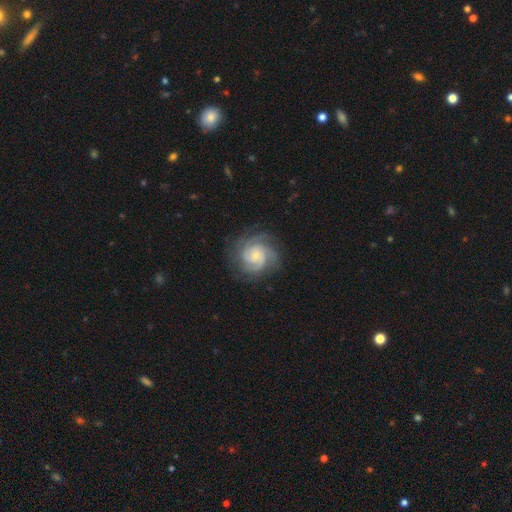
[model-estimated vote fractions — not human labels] smooth_or_featured: featured or disk (p=0.86) [alt: smooth p=0.09]
disk_edge_on: no (p=0.98) [alt: yes p=0.02]
bar: no (p=0.72) [alt: weak p=0.24]
has_spiral_arms: yes (p=0.98) [alt: no p=0.02]
spiral_winding: tight (p=0.64) [alt: medium p=0.30]
spiral_arm_count: 3 (p=0.41) [alt: 4 p=0.17]
bulge_size: small (p=0.70) [alt: moderate p=0.25]
merging: none (p=0.78) [alt: minor disturbance p=0.14]